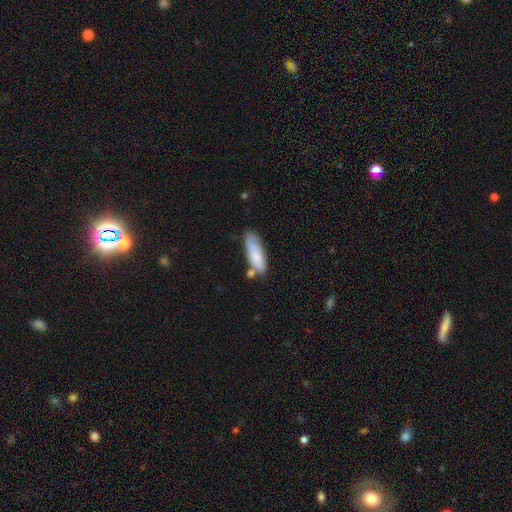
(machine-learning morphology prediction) smooth-or-featured: smooth: 79% | featured or disk: 15% | star or artifact: 6%
  how-rounded: in between: 55% | cigar-shaped: 43% | round: 2%
  merging: none: 63% | minor disturbance: 22% | merger: 11% | major disturbance: 4%